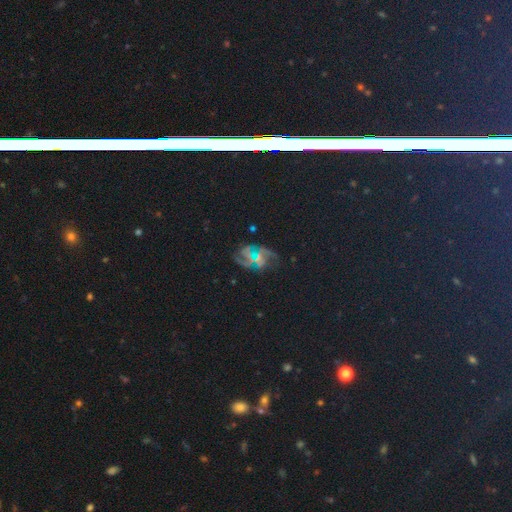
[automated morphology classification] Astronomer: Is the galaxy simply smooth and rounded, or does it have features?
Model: featured or disk — 41% (runner-up: star or artifact, 39%).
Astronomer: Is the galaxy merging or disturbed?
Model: none — 56%.